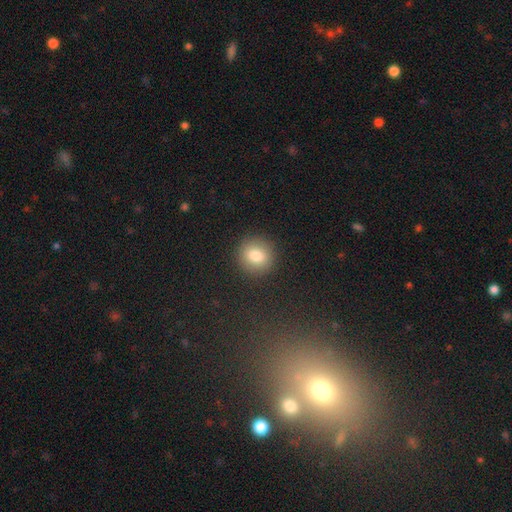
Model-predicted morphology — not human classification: smooth_or_featured: smooth (p=0.80) [alt: star or artifact p=0.10]
how_rounded: round (p=0.88) [alt: in between p=0.11]
merging: none (p=0.90) [alt: minor disturbance p=0.06]